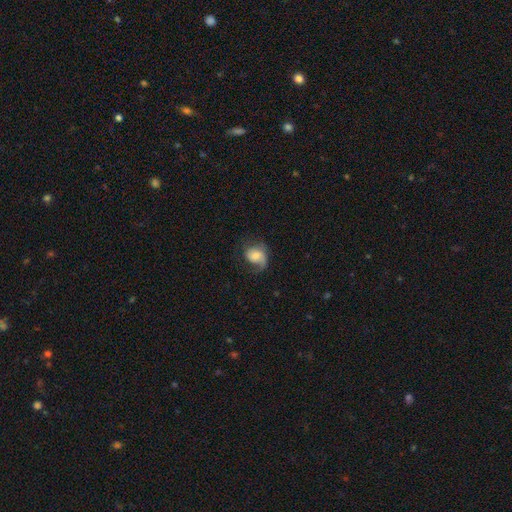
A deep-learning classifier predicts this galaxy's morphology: This is possibly a smooth galaxy (47%). Merging: marginally none (44%).